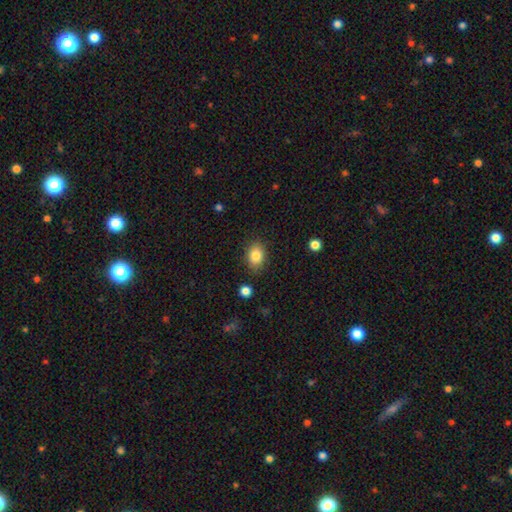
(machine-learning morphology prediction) Overall: smooth (84%). How rounded: in between (69%; round 30%). Merging: none (85%).